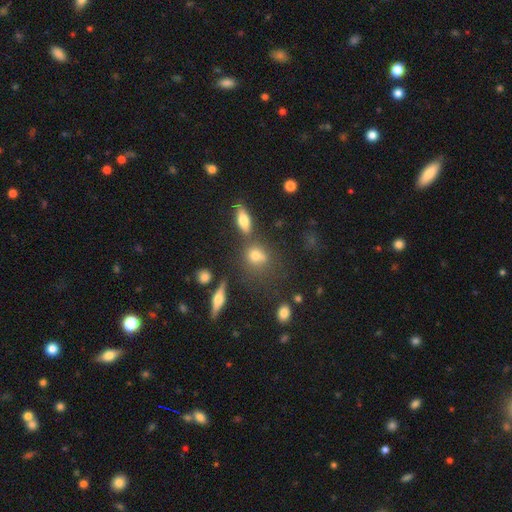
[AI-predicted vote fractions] smooth 71%, star or artifact 15%, featured or disk 14%. Down the decision tree: how rounded — round (59%); merging — none (55%).